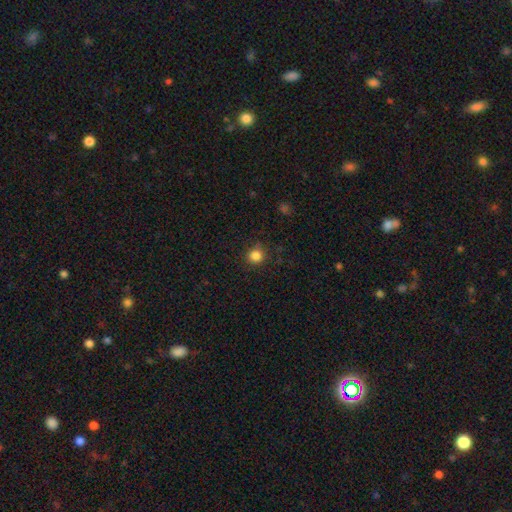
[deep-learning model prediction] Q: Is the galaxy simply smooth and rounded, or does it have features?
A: smooth — 84%.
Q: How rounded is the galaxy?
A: round — 90%.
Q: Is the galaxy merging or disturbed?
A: none — 86%.